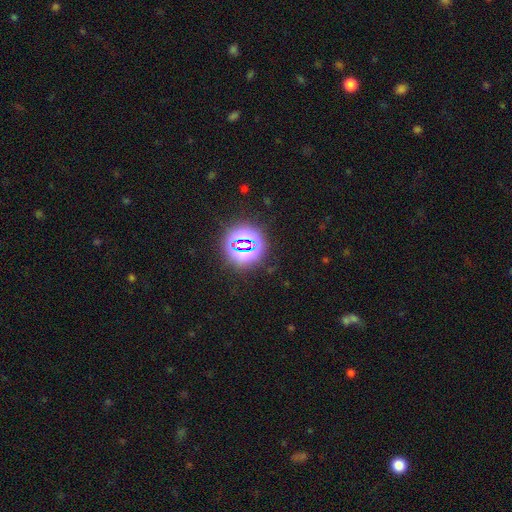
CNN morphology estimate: Smooth or featured: star or artifact — 80% (smooth — 13%)